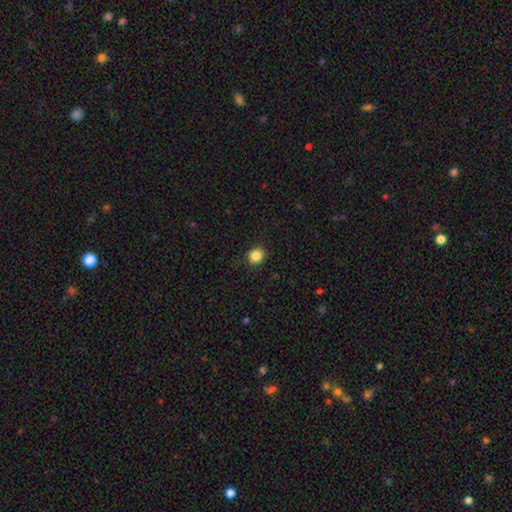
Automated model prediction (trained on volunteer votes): This appears to be a smooth galaxy with no disk features (85%) that is round (79%). Merging: none (90%).